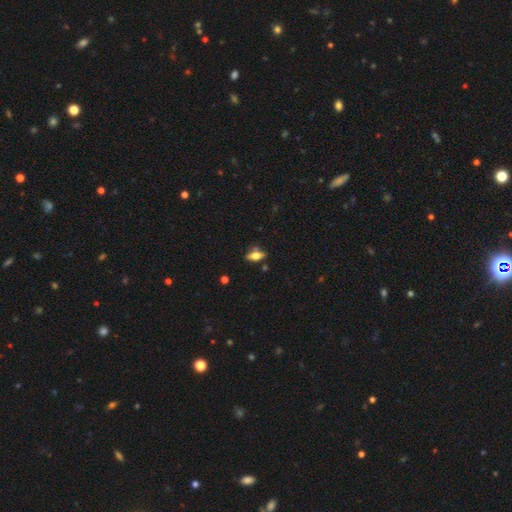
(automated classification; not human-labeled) Morphology: type=smooth (56%); roundness=in between (78%); merging=none (73%).